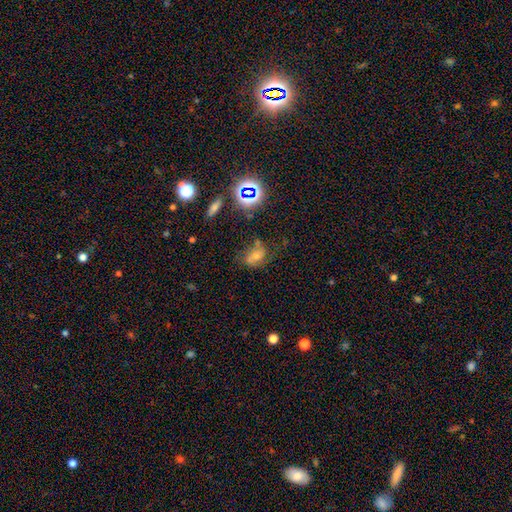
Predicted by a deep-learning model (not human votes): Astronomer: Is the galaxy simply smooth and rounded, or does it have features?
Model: smooth — 45% (runner-up: featured or disk, 33%).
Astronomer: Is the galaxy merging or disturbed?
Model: none — 48% (runner-up: minor disturbance, 26%).